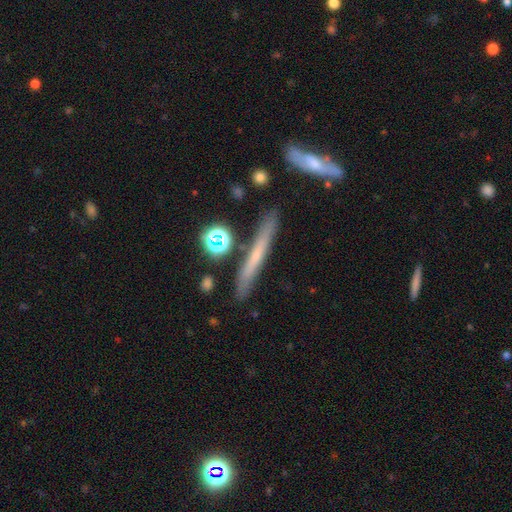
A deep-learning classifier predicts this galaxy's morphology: smooth 46%, featured or disk 44%, star or artifact 10%. Down the decision tree: merging — none (84%).